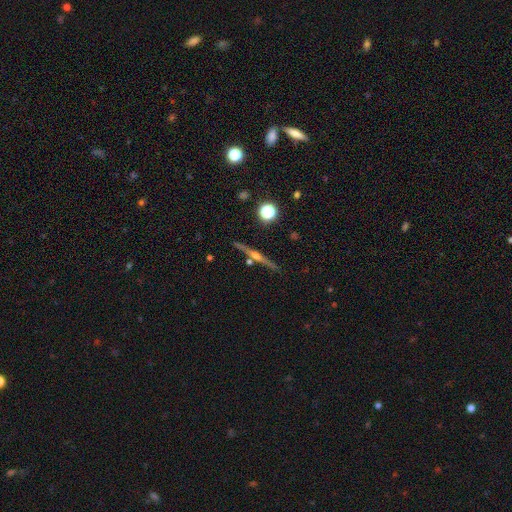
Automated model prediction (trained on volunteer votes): Morphology: type=featured or disk (72%); edge-on=yes (98%); edge-on bulge=rounded (85%); merging=none (85%).